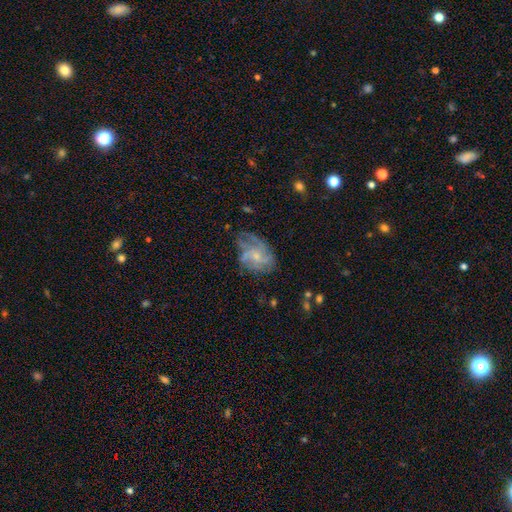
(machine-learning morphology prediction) Smooth or featured? Predicted: featured or disk (p=0.73). Edge-on disk? Predicted: no (p=0.97). Bar? Predicted: no (p=0.70). Spiral arms? Predicted: yes (p=0.87). Spiral winding? Predicted: medium (p=0.43). Spiral arm count? Predicted: can't tell (p=0.34). Bulge size? Predicted: small (p=0.68). Merging? Predicted: none (p=0.54).